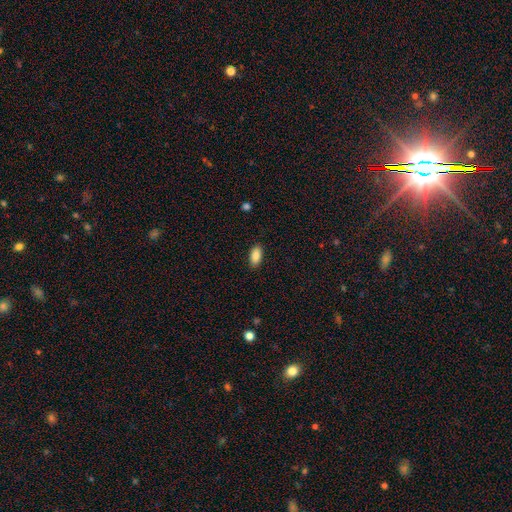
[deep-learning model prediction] Smooth or featured? smooth (89%)
How rounded? in between (92%)
Merging? none (88%)